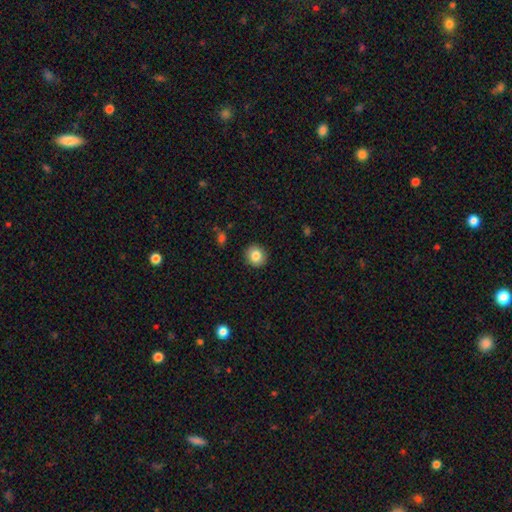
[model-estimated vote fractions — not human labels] The model was most divided on "how rounded": round: 86%, in between: 13%, cigar-shaped: 1%. More confident: merging — none (91%); smooth or featured — smooth (84%).